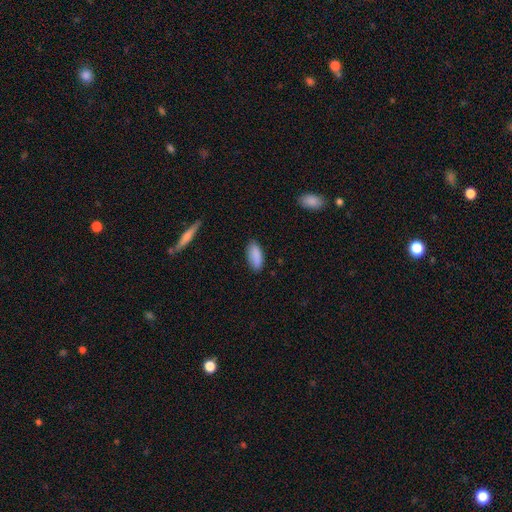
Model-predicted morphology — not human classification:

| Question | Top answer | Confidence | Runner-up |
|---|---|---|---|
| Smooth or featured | smooth | 89% | star or artifact (6%) |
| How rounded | in between | 84% | cigar-shaped (14%) |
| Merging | none | 85% | minor disturbance (12%) |